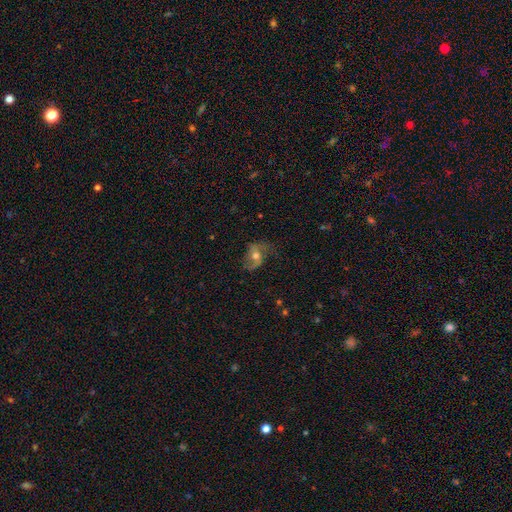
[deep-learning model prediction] featured or disk 63%, smooth 27%, star or artifact 10%. Down the decision tree: edge-on disk — no (95%); bar — no (56%); spiral arms — yes (84%); spiral arm count — 2 (81%); spiral winding — loose (63%); bulge size — moderate (68%); merging — none (55%).